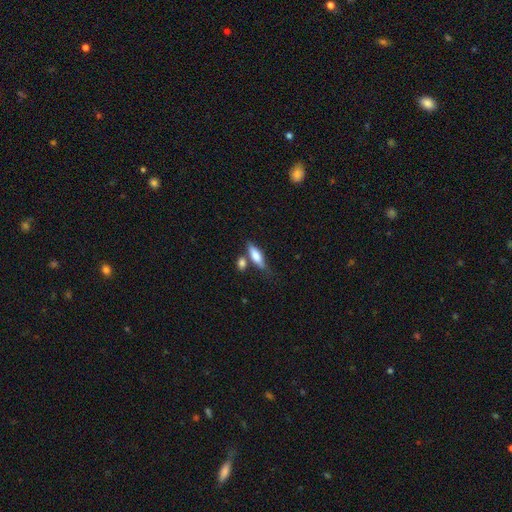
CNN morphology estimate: Overall: smooth (75%). How rounded: in between (52%; cigar-shaped 45%). Merging: none (56%; merger 20%).